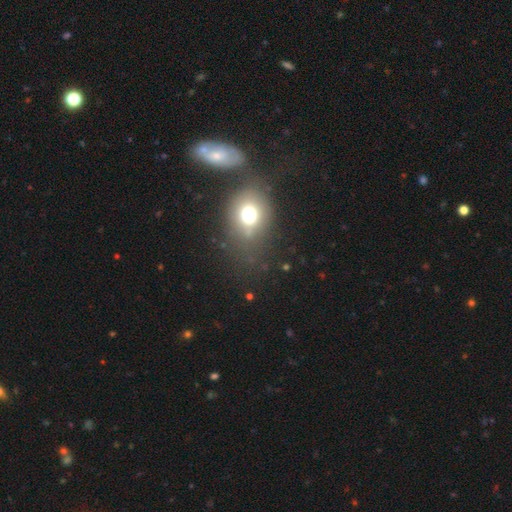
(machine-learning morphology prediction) Smooth or featured?
  - smooth: 58% *
  - star or artifact: 22%
  - featured or disk: 20%
How rounded?
  - in between: 57% *
  - round: 40%
  - cigar-shaped: 3%
Merging?
  - none: 50% *
  - merger: 26%
  - minor disturbance: 15%
  - major disturbance: 9%